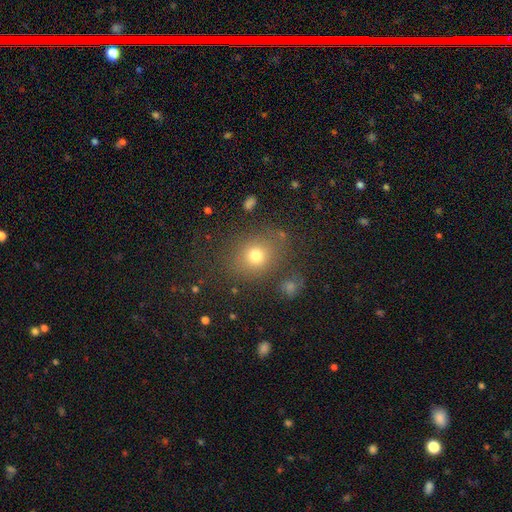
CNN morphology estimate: The model was most divided on "how rounded": round: 65%, in between: 34%, cigar-shaped: 1%. More confident: merging — none (76%); smooth or featured — smooth (73%).